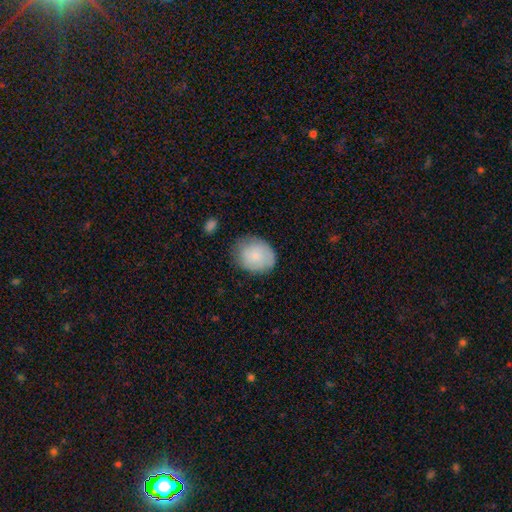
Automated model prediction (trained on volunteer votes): Overall: smooth (80%). How rounded: round (55%; in between 44%). Merging: none (67%).